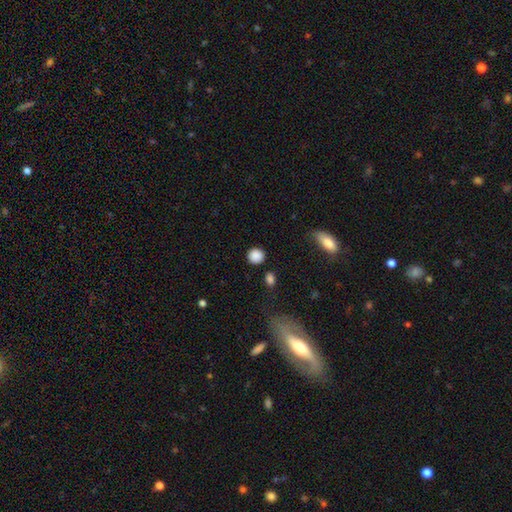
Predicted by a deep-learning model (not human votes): Smooth or featured? smooth (87%)
How rounded? round (90%)
Merging? none (85%)